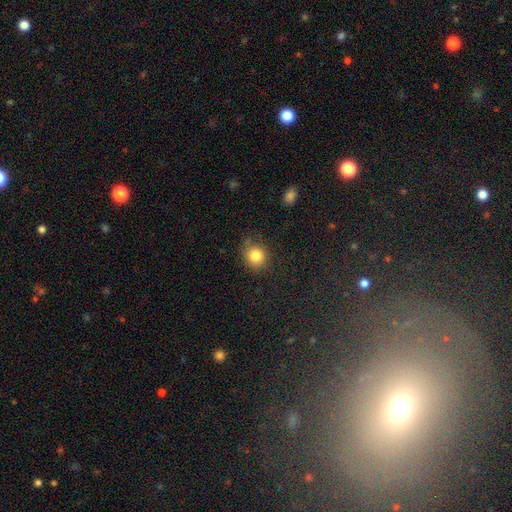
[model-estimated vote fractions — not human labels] Smooth or featured: smooth — 84% (star or artifact — 10%)
How rounded: round — 81% (in between — 18%)
Merging: none — 76% (minor disturbance — 17%)